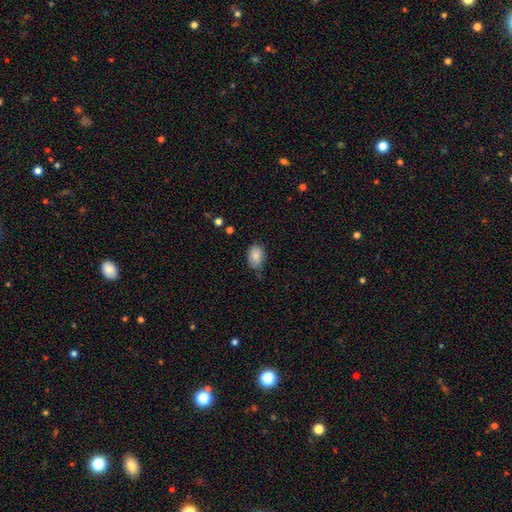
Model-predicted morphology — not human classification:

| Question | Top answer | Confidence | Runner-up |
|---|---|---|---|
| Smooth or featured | smooth | 86% | star or artifact (8%) |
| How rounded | in between | 80% | round (19%) |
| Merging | none | 73% | minor disturbance (21%) |